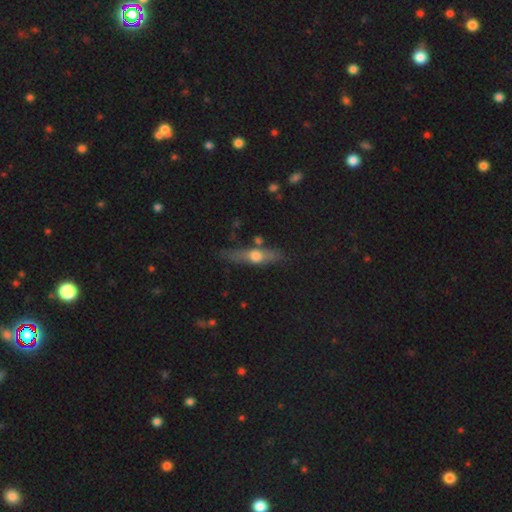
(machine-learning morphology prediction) smooth_or_featured: featured or disk (p=0.53) [alt: smooth p=0.39]
disk_edge_on: yes (p=0.85) [alt: no p=0.15]
merging: none (p=0.74) [alt: minor disturbance p=0.16]